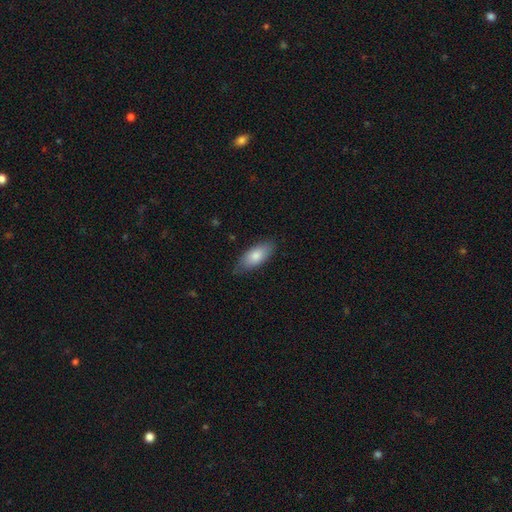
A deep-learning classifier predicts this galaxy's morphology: Smooth or featured? Predicted: smooth (p=0.80). How rounded? Predicted: in between (p=0.84). Merging? Predicted: none (p=0.79).